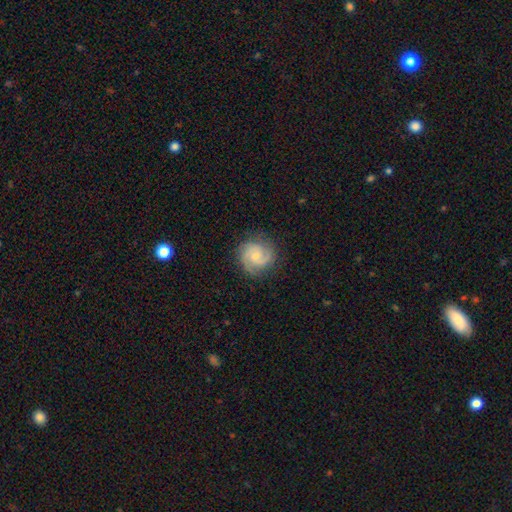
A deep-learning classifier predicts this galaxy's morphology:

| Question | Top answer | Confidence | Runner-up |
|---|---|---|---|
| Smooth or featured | featured or disk | 78% | smooth (16%) |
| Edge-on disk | no | 98% | yes (2%) |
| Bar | no | 62% | weak (34%) |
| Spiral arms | yes | 96% | no (4%) |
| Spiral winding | medium | 45% | tight (42%) |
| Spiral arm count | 2 | 61% | 3 (18%) |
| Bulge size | small | 57% | moderate (34%) |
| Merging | none | 80% | minor disturbance (14%) |